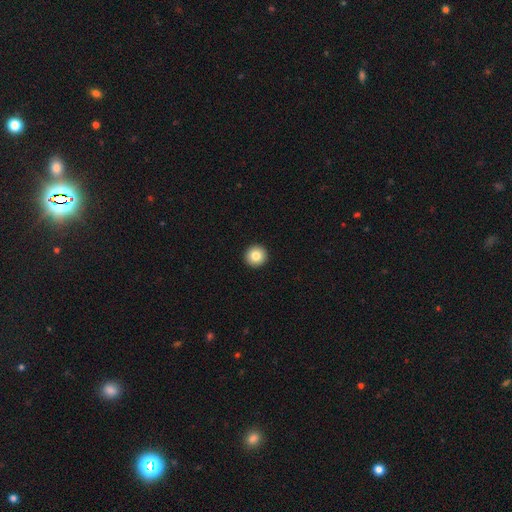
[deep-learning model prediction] Smooth or featured? smooth (84%)
How rounded? round (95%)
Merging? none (94%)